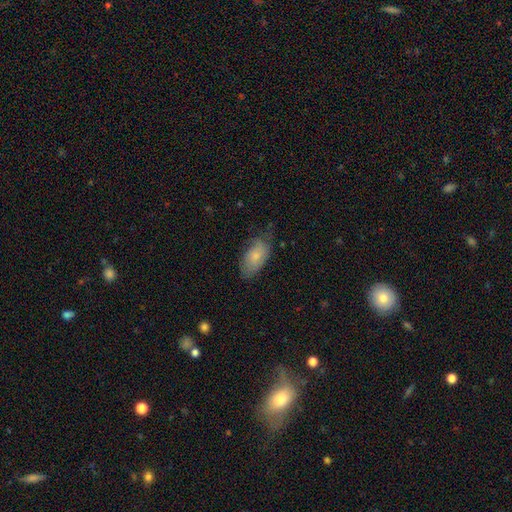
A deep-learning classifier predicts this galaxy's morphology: Smooth or featured? smooth (70%)
How rounded? in between (92%)
Merging? none (54%)